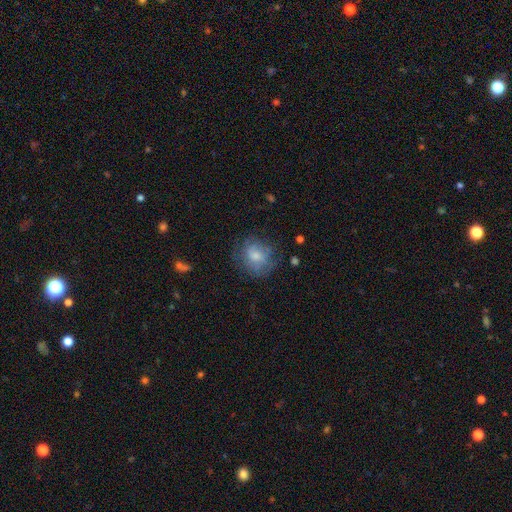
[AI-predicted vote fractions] A smooth galaxy with no disk features (60%) that is round (73%).

Vote fractions:
- Smooth or featured? smooth: 60% / featured or disk: 31% / star or artifact: 8%
- How rounded? round: 73% / in between: 26% / cigar-shaped: 1%
- Merging? none: 60% / minor disturbance: 24% / major disturbance: 14% / merger: 2%